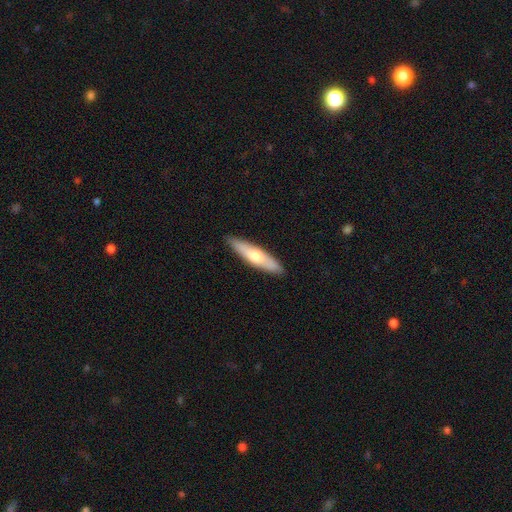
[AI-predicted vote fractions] A smooth galaxy with no disk features (56%) that is cigar-shaped (74%). Merging: none (88%).